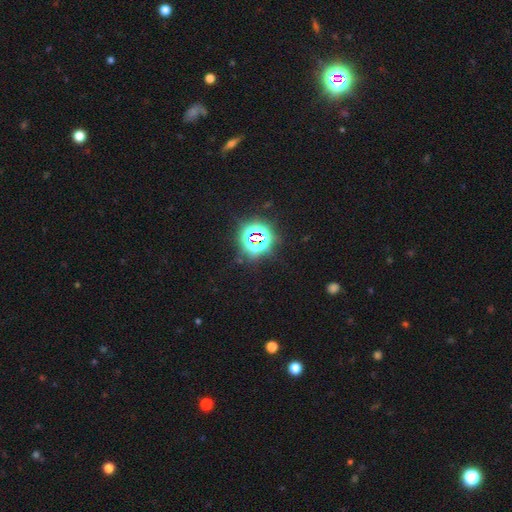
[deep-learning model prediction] Smooth or featured?
  - star or artifact: 83% *
  - smooth: 11%
  - featured or disk: 6%